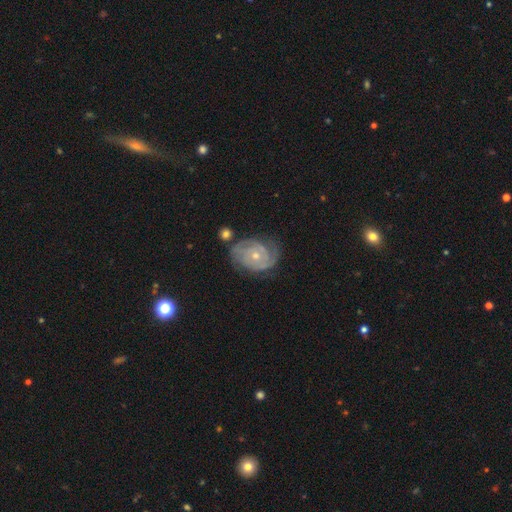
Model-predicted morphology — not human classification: Smooth or featured?
  - featured or disk: 86% *
  - smooth: 8%
  - star or artifact: 5%
Edge-on disk?
  - no: 98% *
  - yes: 2%
Bar?
  - no: 77% *
  - weak: 19%
  - strong: 4%
Spiral arms?
  - yes: 95% *
  - no: 5%
Spiral winding?
  - tight: 74% *
  - medium: 22%
  - loose: 5%
Spiral arm count?
  - 2: 42% *
  - can't tell: 22%
  - 3: 21%
  - 4: 6%
  - 1: 5%
  - more than 4: 4%
Bulge size?
  - small: 57% *
  - moderate: 40%
  - large: 1%
  - none: 1%
  - dominant: 1%
Merging?
  - none: 69% *
  - minor disturbance: 20%
  - major disturbance: 7%
  - merger: 4%